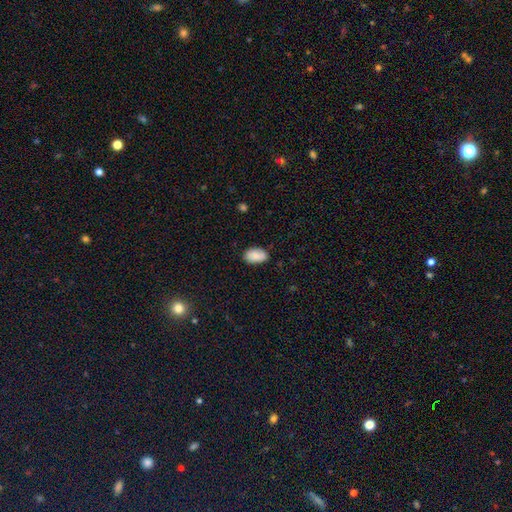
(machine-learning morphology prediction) Smooth or featured? Predicted: smooth (p=0.86). How rounded? Predicted: in between (p=0.93). Merging? Predicted: none (p=0.81).